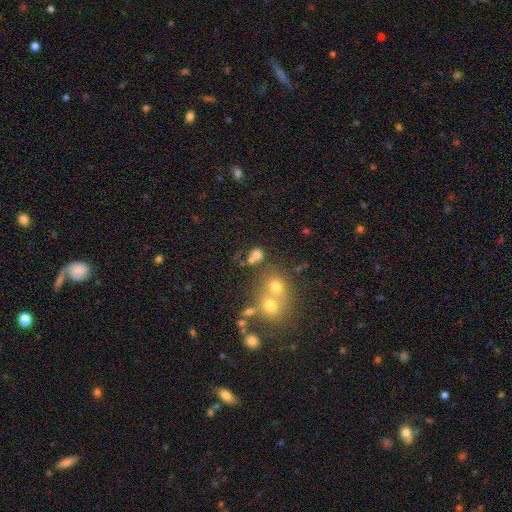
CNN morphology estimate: Overall: smooth (70%). How rounded: round (66%; in between 33%). Merging: none (42%; merger 39%).